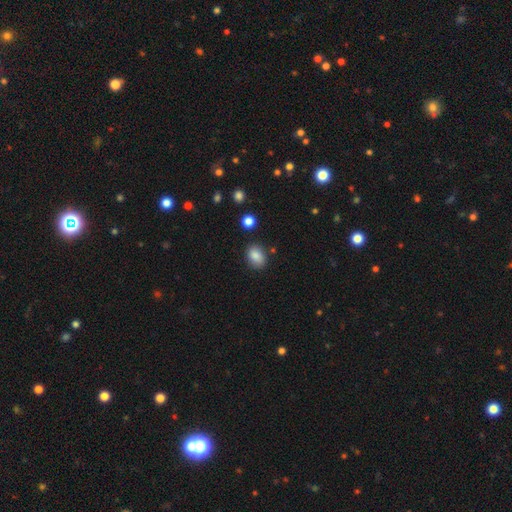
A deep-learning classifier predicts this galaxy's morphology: type=smooth (86%); roundness=in between (66%); merging=none (82%).